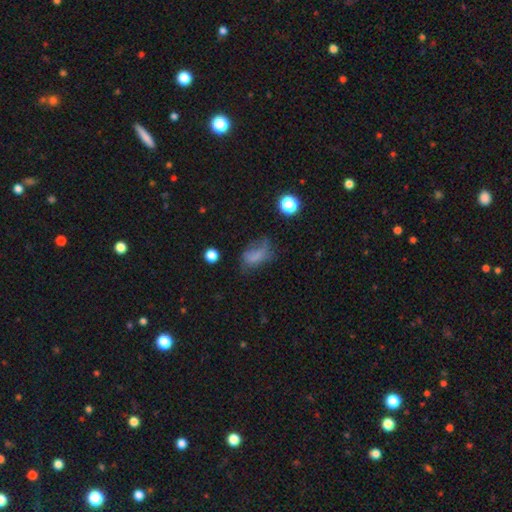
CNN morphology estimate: A smooth galaxy with no disk features (61%) that is in between round and cigar-shaped (80%). Merging: none (36%).